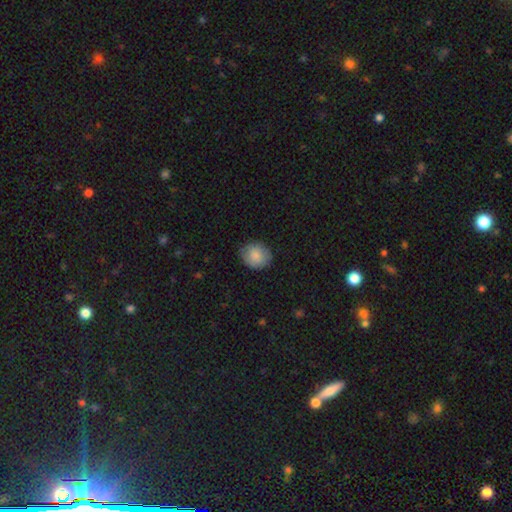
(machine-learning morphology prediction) Smooth or featured? Predicted: smooth (p=0.86). How rounded? Predicted: round (p=0.73). Merging? Predicted: none (p=0.80).